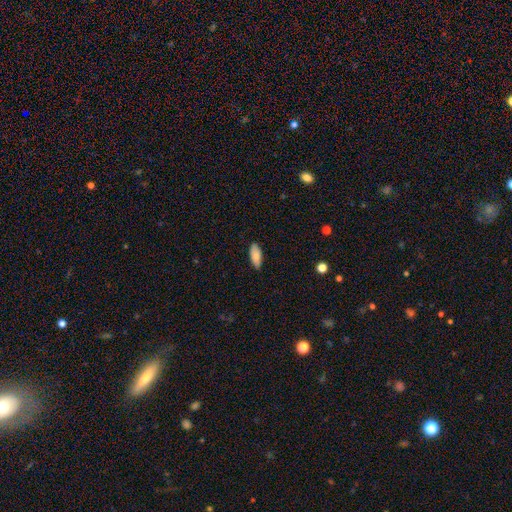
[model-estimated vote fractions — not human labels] Smooth or featured: smooth — 80% (featured or disk — 14%)
How rounded: in between — 82% (cigar-shaped — 16%)
Merging: none — 85% (minor disturbance — 13%)